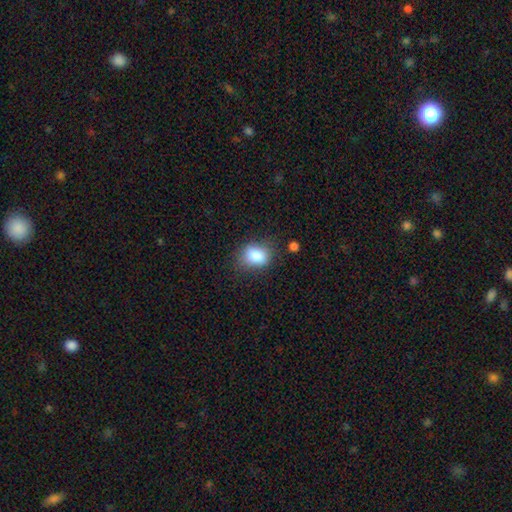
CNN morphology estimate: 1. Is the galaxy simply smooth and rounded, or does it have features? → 84% smooth, 9% star or artifact, 7% featured or disk.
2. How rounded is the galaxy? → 61% in between, 38% round, 1% cigar-shaped.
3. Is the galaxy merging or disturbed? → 67% none, 23% minor disturbance, 7% major disturbance, 3% merger.